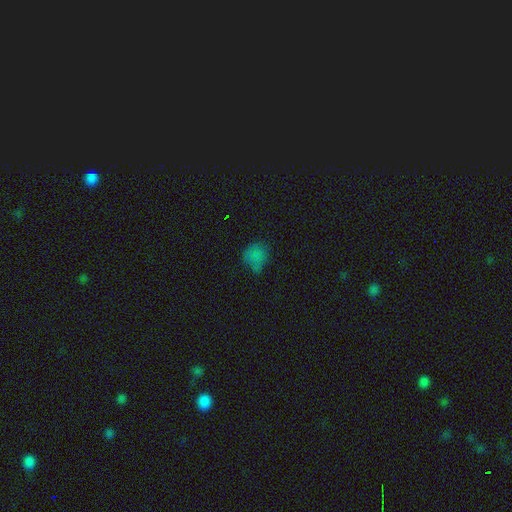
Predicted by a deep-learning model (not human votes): Smooth or featured? smooth (67%)
How rounded? round (68%)
Merging? none (48%)